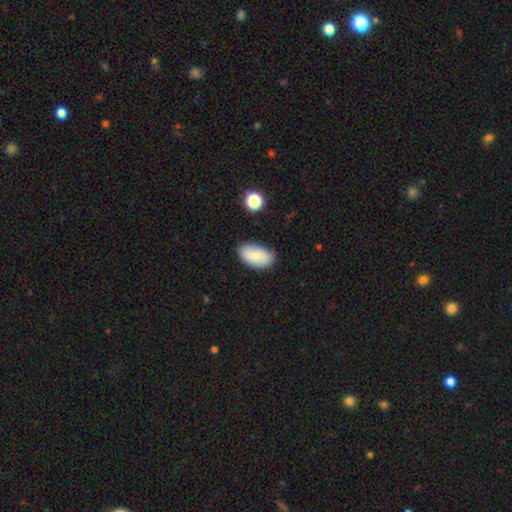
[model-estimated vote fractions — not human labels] Smooth or featured? smooth (73%)
How rounded? in between (94%)
Merging? none (83%)